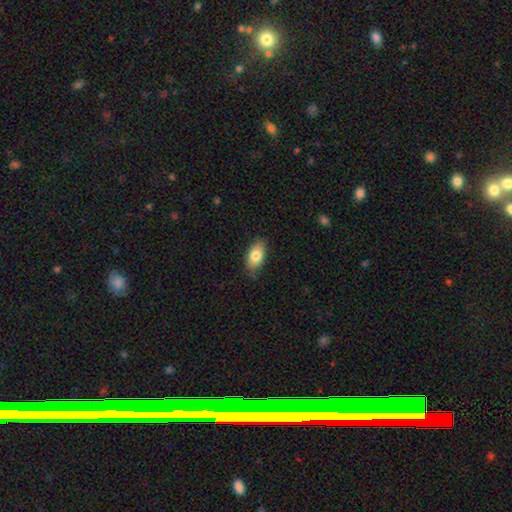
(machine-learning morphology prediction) A smooth galaxy with no disk features (81%) that is in between round and cigar-shaped (91%).

Vote fractions:
- Smooth or featured? smooth: 81% / featured or disk: 12% / star or artifact: 7%
- How rounded? in between: 91% / round: 6% / cigar-shaped: 3%
- Merging? none: 83% / minor disturbance: 14% / major disturbance: 2% / merger: 1%